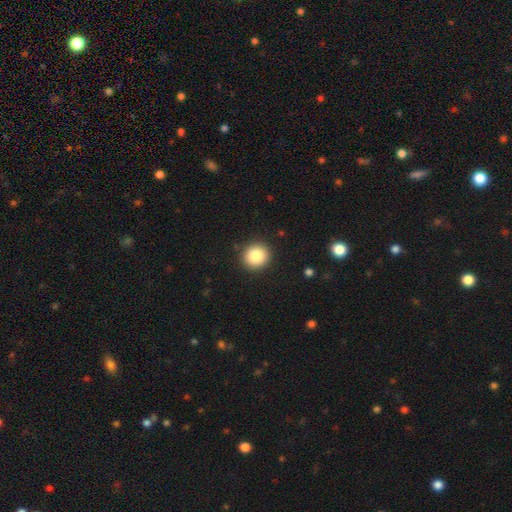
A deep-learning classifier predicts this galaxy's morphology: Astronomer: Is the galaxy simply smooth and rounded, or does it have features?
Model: smooth — 84%.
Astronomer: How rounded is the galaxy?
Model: round — 91%.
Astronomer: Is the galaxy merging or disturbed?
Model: none — 91%.